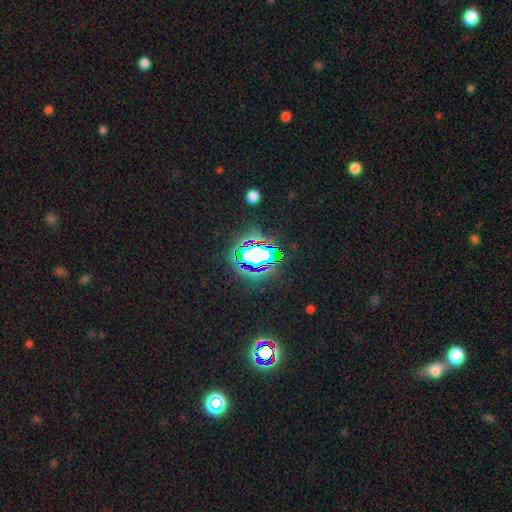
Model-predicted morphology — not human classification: Smooth or featured?
  - star or artifact: 65% *
  - smooth: 21%
  - featured or disk: 14%